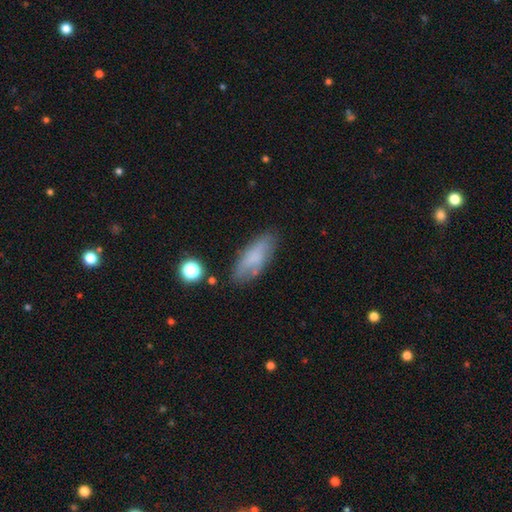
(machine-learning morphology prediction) Smooth or featured? smooth (68%)
How rounded? in between (69%)
Merging? none (67%)